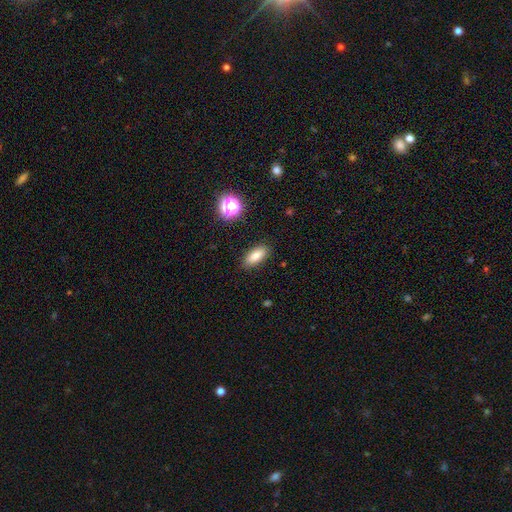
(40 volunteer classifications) Volunteers were most divided on "how rounded": in between: 81%, cigar-shaped: 16%, round: 3%. More confident: merging — none (94%); smooth or featured — smooth (78%).